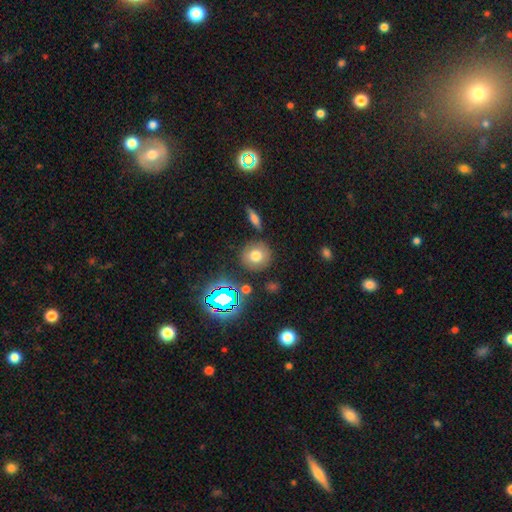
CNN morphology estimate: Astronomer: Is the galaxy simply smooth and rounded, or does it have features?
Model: smooth — 71%.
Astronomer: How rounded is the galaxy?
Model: round — 90%.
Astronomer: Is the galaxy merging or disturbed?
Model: none — 82%.